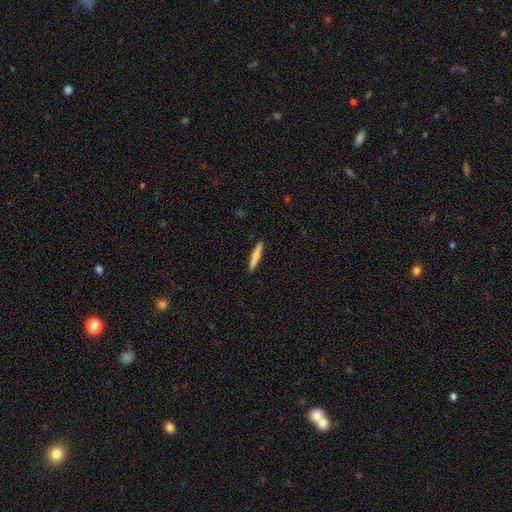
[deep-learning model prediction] Overall: smooth (70%). How rounded: cigar-shaped (93%). Merging: none (91%).